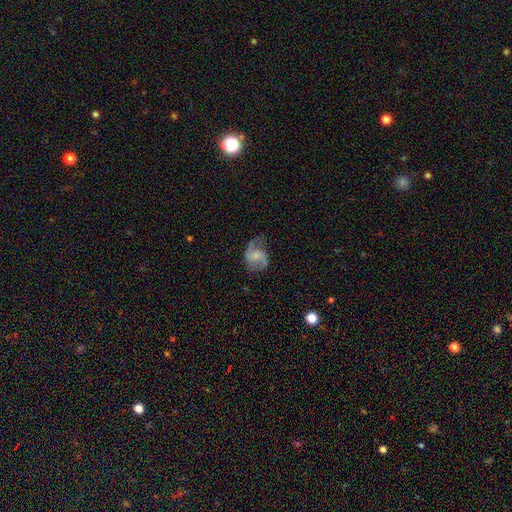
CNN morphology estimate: A featured or disk galaxy (76%) with no bar (46%), 2 (83%) medium (48%) spiral arms (94%) and a small central bulge (50%). Merging: none (59%).